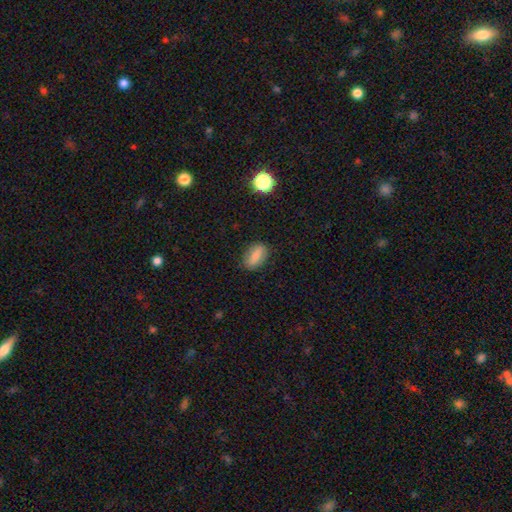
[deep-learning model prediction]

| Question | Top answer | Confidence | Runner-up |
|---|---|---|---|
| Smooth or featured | smooth | 79% | featured or disk (12%) |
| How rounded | in between | 84% | round (8%) |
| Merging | none | 84% | minor disturbance (12%) |